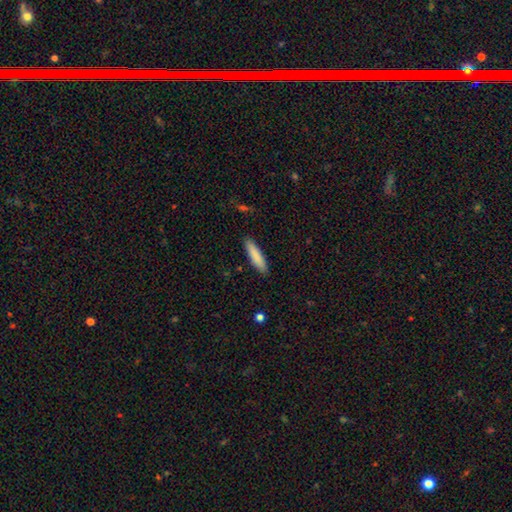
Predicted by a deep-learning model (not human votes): Smooth or featured? Predicted: smooth (p=0.86). How rounded? Predicted: cigar-shaped (p=0.79). Merging? Predicted: none (p=0.89).